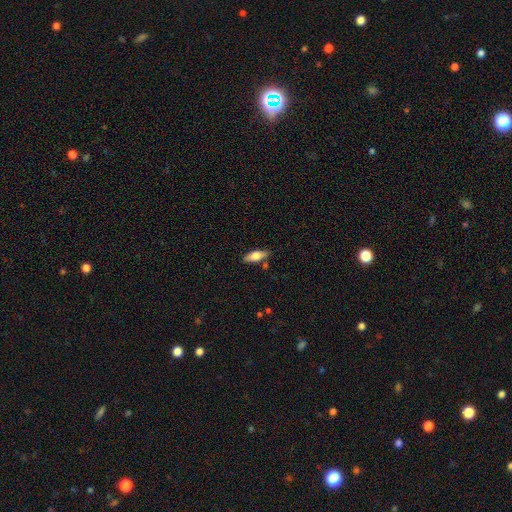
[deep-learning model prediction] smooth-or-featured: smooth: 65% | featured or disk: 29% | star or artifact: 6%
  how-rounded: in between: 68% | cigar-shaped: 30% | round: 3%
  merging: none: 78% | minor disturbance: 14% | merger: 5% | major disturbance: 3%